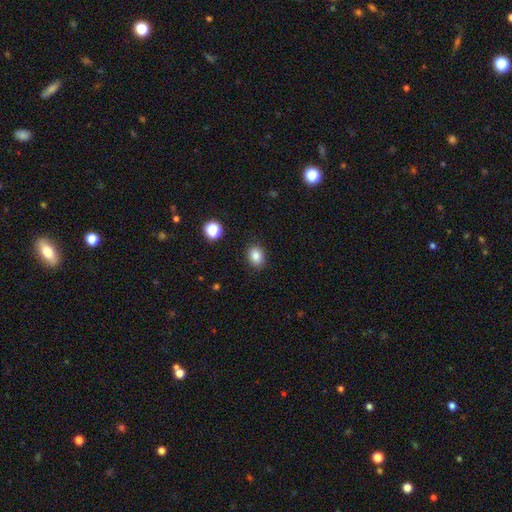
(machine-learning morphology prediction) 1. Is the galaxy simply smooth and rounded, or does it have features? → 84% smooth, 11% star or artifact, 5% featured or disk.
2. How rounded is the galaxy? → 50% in between, 49% round, 1% cigar-shaped.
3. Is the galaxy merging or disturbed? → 88% none, 8% minor disturbance, 2% major disturbance, 1% merger.